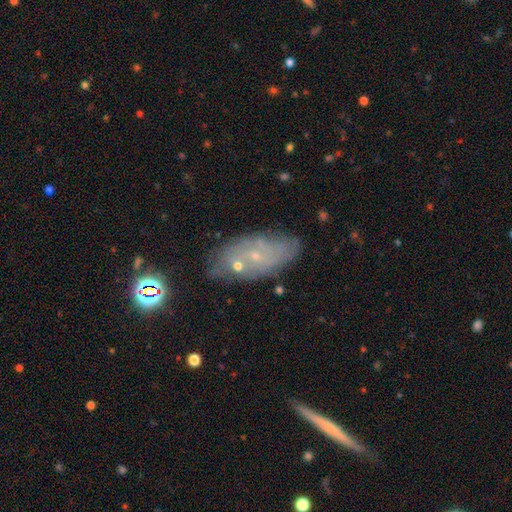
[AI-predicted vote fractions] This appears to be a featured or disk galaxy (52%). Merging: none (68%).